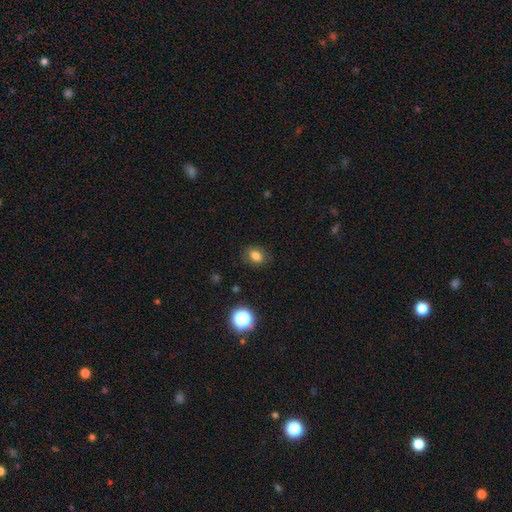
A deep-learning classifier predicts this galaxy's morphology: Smooth or featured? Predicted: smooth (p=0.78). How rounded? Predicted: in between (p=0.64). Merging? Predicted: none (p=0.81).